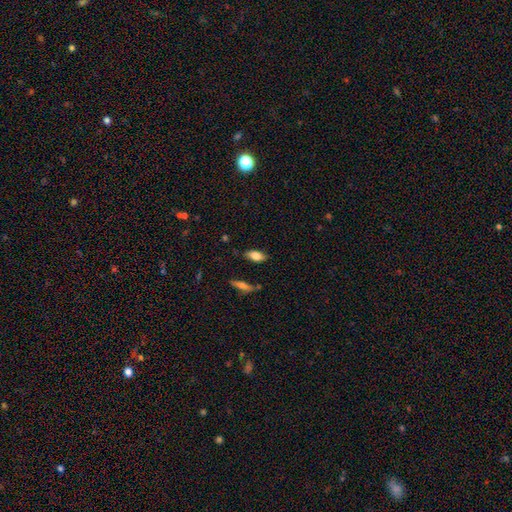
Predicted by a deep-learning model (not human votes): Smooth or featured? Predicted: smooth (p=0.76). How rounded? Predicted: in between (p=0.81). Merging? Predicted: none (p=0.80).